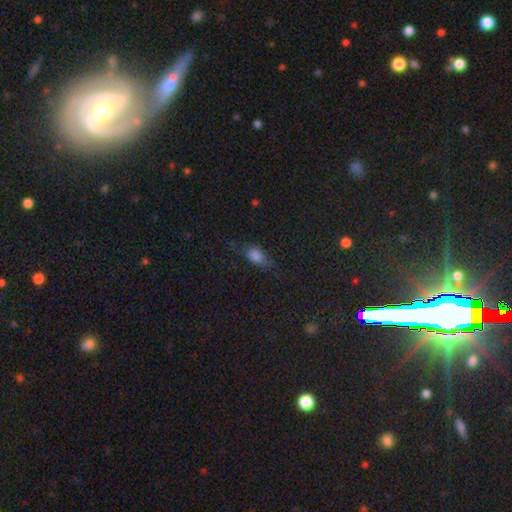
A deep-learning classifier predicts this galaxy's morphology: Smooth or featured? smooth (71%)
How rounded? in between (75%)
Merging? none (58%)